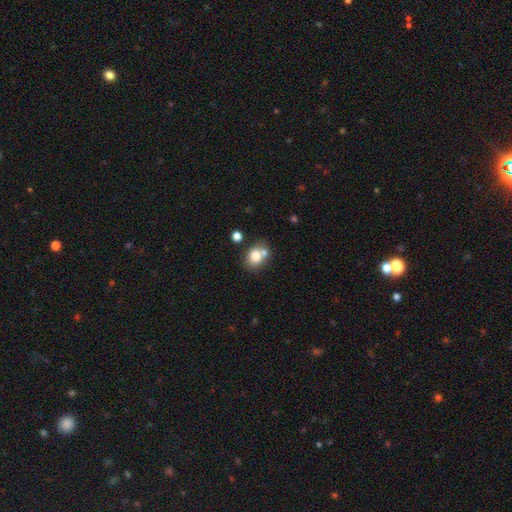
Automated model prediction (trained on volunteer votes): This is likely a smooth galaxy (76%). How rounded: possibly round (57%). Merging: possibly none (54%).